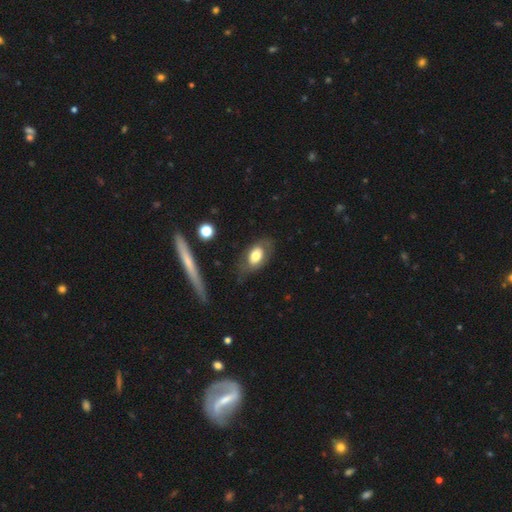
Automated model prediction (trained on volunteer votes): This is likely a smooth galaxy (63%). How rounded: clearly in between (88%). Merging: likely none (63%).